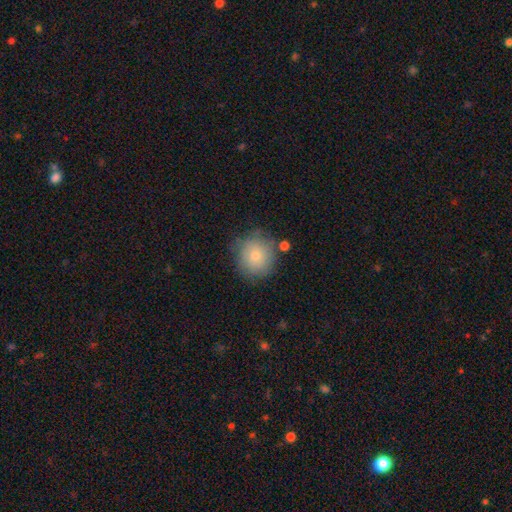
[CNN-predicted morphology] Overall: smooth (79%). How rounded: round (91%). Merging: none (74%).